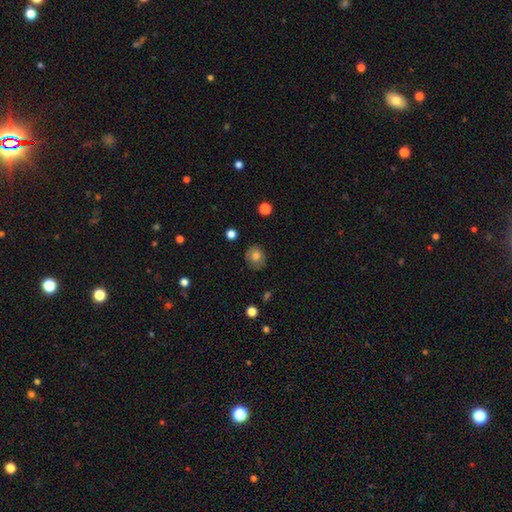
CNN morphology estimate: The model was most divided on "how rounded": round: 80%, in between: 19%, cigar-shaped: 1%. More confident: merging — none (80%); smooth or featured — smooth (78%).